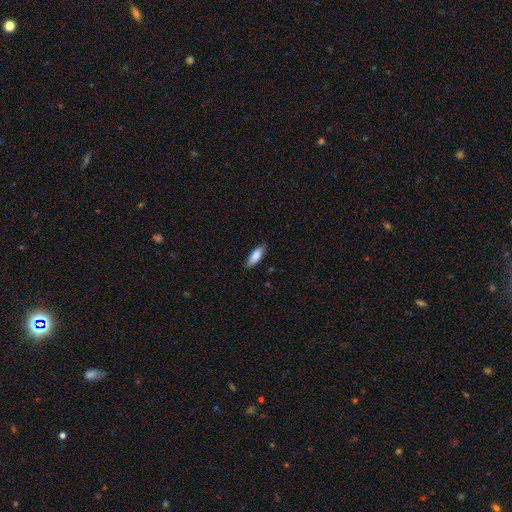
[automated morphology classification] smooth 84%, featured or disk 10%, star or artifact 6%. Down the decision tree: how rounded — in between (63%); merging — none (84%).